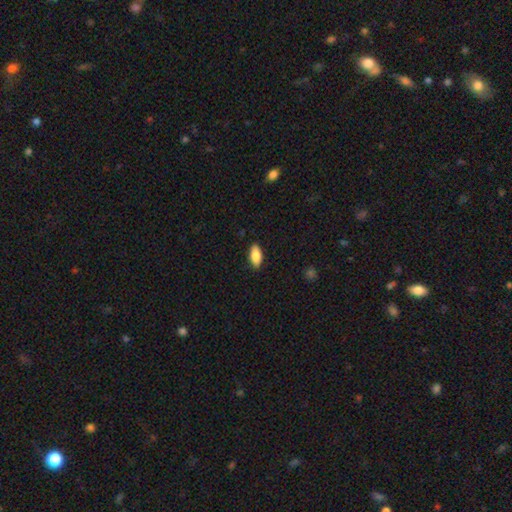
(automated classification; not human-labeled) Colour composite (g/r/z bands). It shows a smooth galaxy with no disk features (83%) that is in between round and cigar-shaped (86%). Merging: none (88%).